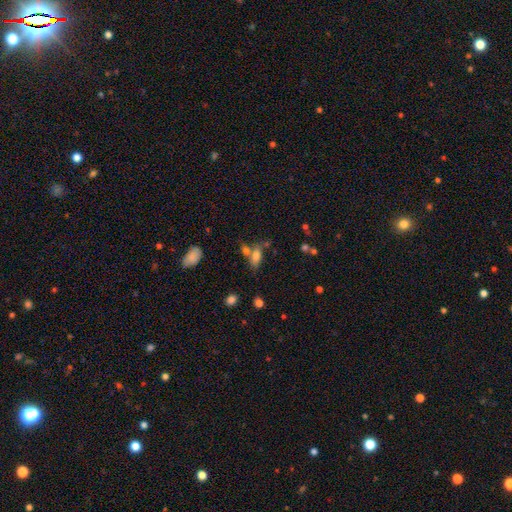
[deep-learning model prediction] The model was most divided on "merging": none: 47%, merger: 31%, minor disturbance: 15%, major disturbance: 7%. More confident: how rounded — in between (81%); smooth or featured — smooth (75%).